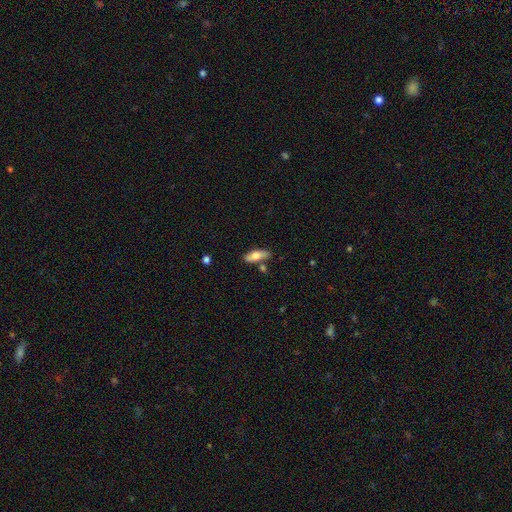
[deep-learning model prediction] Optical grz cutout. It shows a smooth galaxy with no disk features (70%) that is in between round and cigar-shaped (61%). Merging: none (73%).